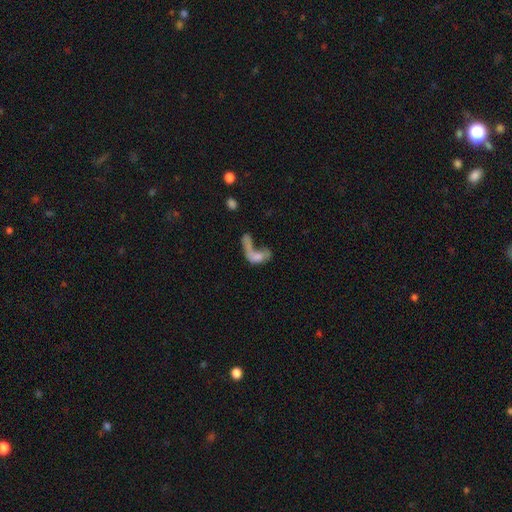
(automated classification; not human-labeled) This is possibly a smooth galaxy (52%). How rounded: likely in between (78%). Merging: possibly merger (49%).